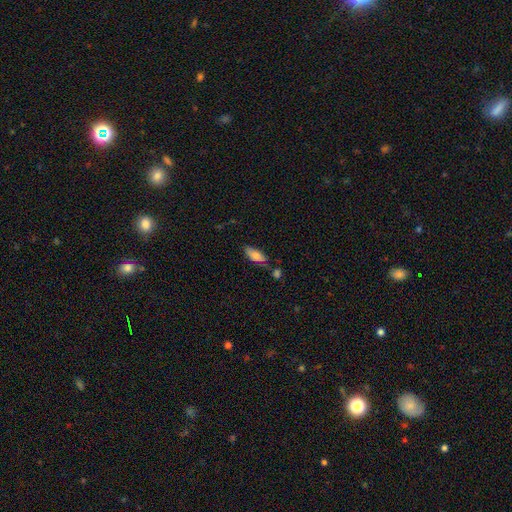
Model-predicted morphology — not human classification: A smooth galaxy with no disk features (75%) that is in between round and cigar-shaped (79%).

Vote fractions:
- Smooth or featured? smooth: 75% / featured or disk: 18% / star or artifact: 8%
- How rounded? in between: 79% / cigar-shaped: 19% / round: 2%
- Merging? none: 61% / minor disturbance: 23% / merger: 11% / major disturbance: 6%